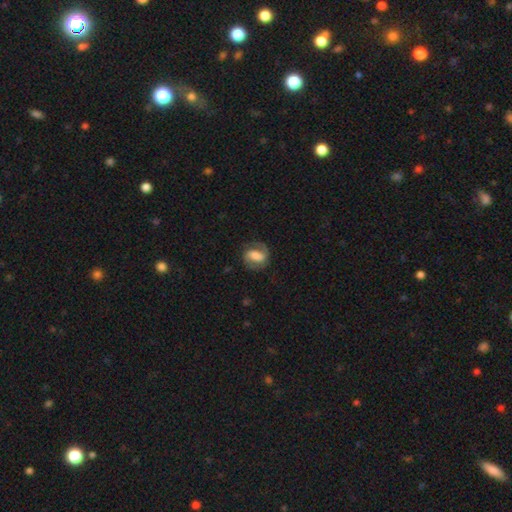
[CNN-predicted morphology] Overall: featured or disk (59%; smooth 33%). Edge-on disk: no (96%). Bar: strong (43%; weak 36%). Spiral arms: yes (87%). Bulge size: large (34%; moderate 29%). Merging: none (71%).